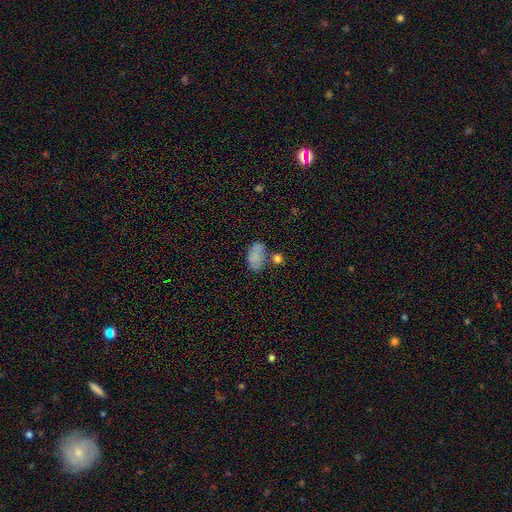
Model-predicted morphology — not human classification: Smooth or featured? Predicted: smooth (p=0.79). How rounded? Predicted: in between (p=0.91). Merging? Predicted: none (p=0.55).